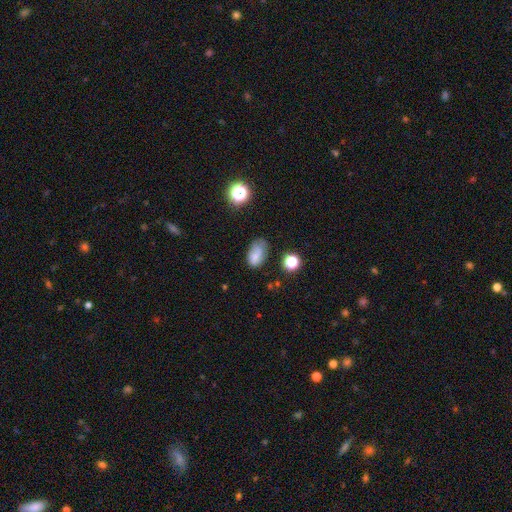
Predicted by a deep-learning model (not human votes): Smooth or featured: smooth — 72% (featured or disk — 15%)
How rounded: in between — 89% (round — 9%)
Merging: none — 50% (minor disturbance — 34%)